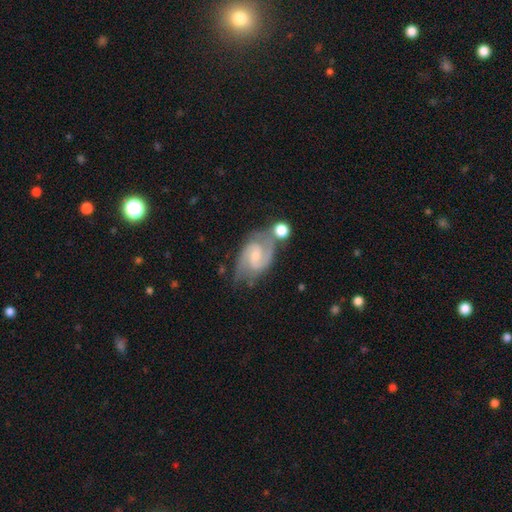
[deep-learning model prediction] This appears to be a featured or disk galaxy (88%) with a weak bar (54%), 2 (90%) medium (57%) spiral arms (98%) and a small central bulge (58%). Merging: none (61%).